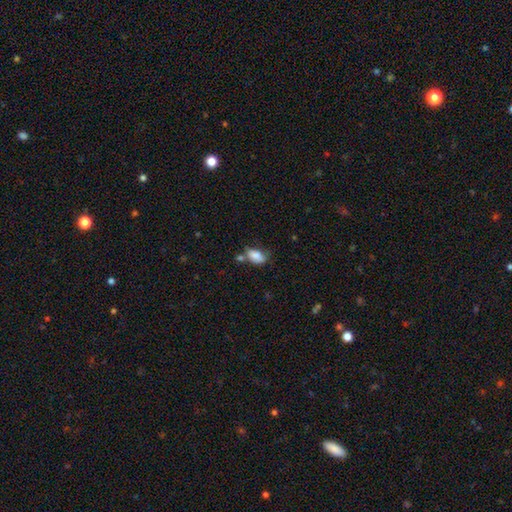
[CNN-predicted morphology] A smooth galaxy with no disk features (80%) that is in between round and cigar-shaped (89%). Merging: none (42%).